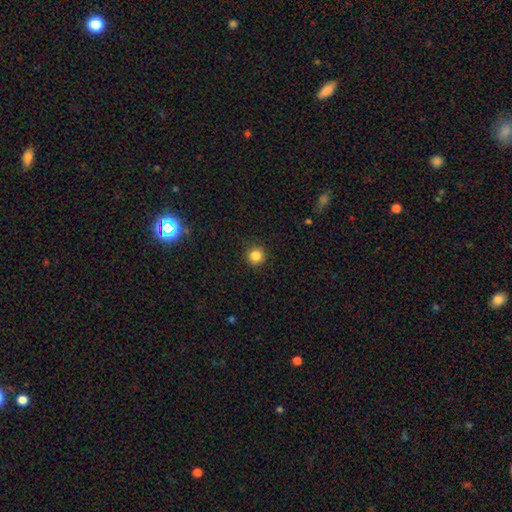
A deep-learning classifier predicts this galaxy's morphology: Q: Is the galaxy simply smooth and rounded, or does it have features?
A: smooth — 84%.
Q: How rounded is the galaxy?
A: round — 95%.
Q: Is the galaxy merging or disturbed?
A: none — 91%.